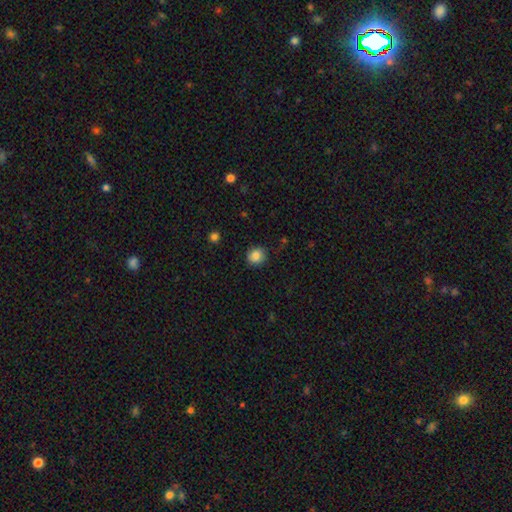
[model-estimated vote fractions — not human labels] Smooth or featured? Predicted: smooth (p=0.86). How rounded? Predicted: round (p=0.85). Merging? Predicted: none (p=0.84).